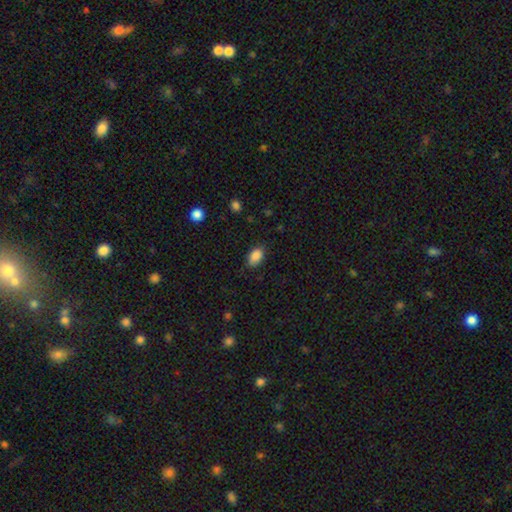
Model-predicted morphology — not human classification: Q: Smooth or featured?
A: smooth (88%); runner-up: star or artifact (8%)
Q: How rounded?
A: in between (89%); runner-up: round (9%)
Q: Merging?
A: none (80%); runner-up: minor disturbance (16%)